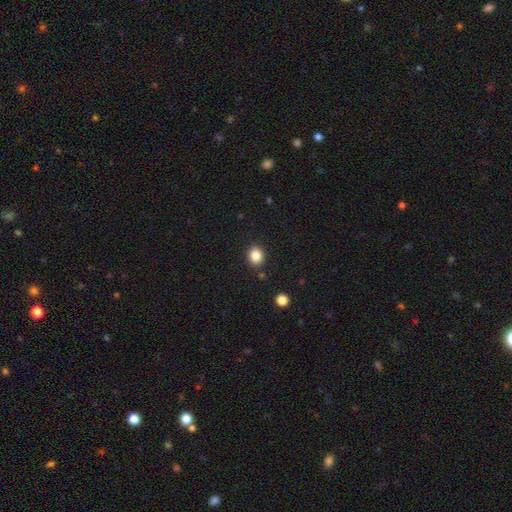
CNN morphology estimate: type=smooth (86%); roundness=round (67%); merging=none (88%).